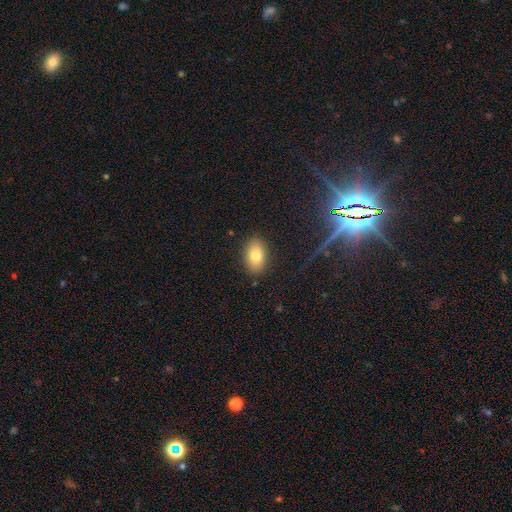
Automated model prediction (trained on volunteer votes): Q: Smooth or featured?
A: smooth (75%); runner-up: featured or disk (15%)
Q: How rounded?
A: in between (88%); runner-up: round (10%)
Q: Merging?
A: none (87%); runner-up: minor disturbance (9%)